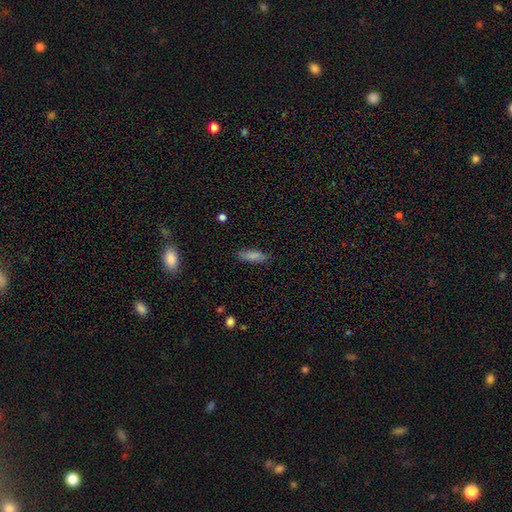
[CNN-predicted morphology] smooth 80%, featured or disk 10%, star or artifact 9%. Down the decision tree: how rounded — cigar-shaped (60%); merging — none (85%).